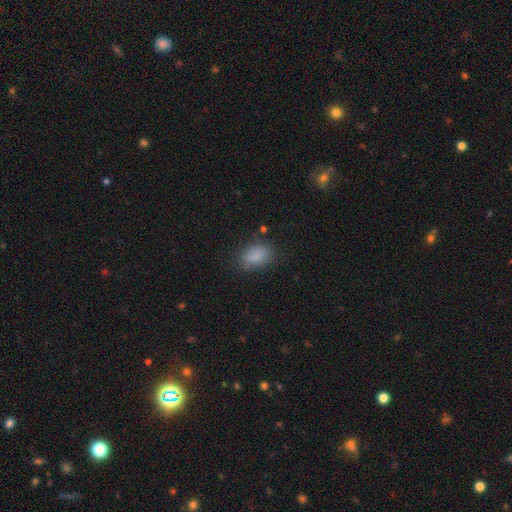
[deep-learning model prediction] Smooth or featured?
  - smooth: 85% *
  - star or artifact: 9%
  - featured or disk: 6%
How rounded?
  - in between: 83% *
  - round: 15%
  - cigar-shaped: 2%
Merging?
  - none: 77% *
  - minor disturbance: 16%
  - major disturbance: 5%
  - merger: 2%